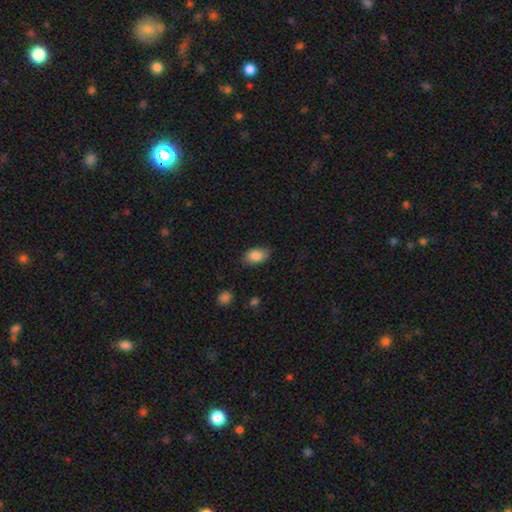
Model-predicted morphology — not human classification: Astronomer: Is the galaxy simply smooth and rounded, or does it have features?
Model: smooth — 87%.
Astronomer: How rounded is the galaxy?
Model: in between — 91%.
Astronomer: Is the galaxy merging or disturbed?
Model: none — 83%.